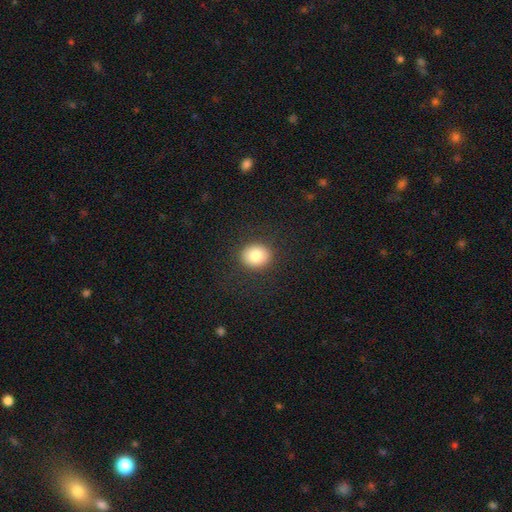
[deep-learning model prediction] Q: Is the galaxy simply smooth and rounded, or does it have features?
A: smooth — 81%.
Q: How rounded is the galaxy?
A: round — 70%.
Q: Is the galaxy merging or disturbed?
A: none — 88%.